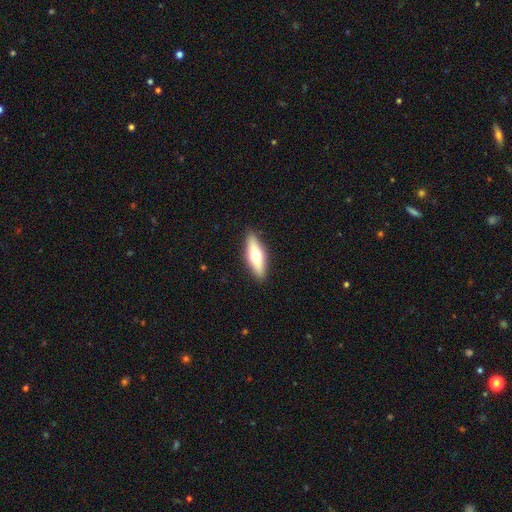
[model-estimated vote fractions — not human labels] Smooth or featured? Predicted: smooth (p=0.54). How rounded? Predicted: in between (p=0.53). Merging? Predicted: none (p=0.89).